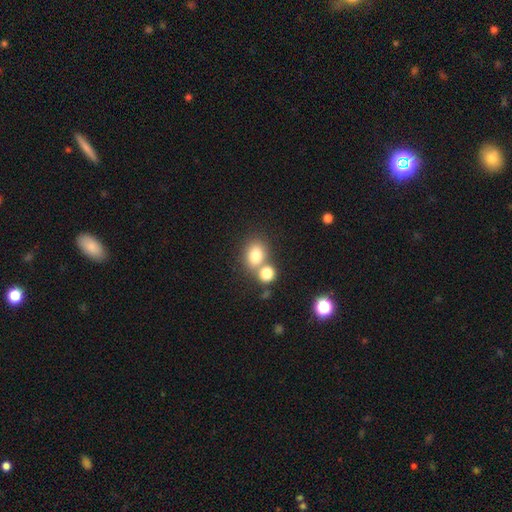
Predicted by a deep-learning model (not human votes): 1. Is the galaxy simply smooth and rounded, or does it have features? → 78% smooth, 13% star or artifact, 9% featured or disk.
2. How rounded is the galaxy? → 54% round, 45% in between, 1% cigar-shaped.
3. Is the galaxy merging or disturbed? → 59% none, 27% merger, 10% minor disturbance, 4% major disturbance.